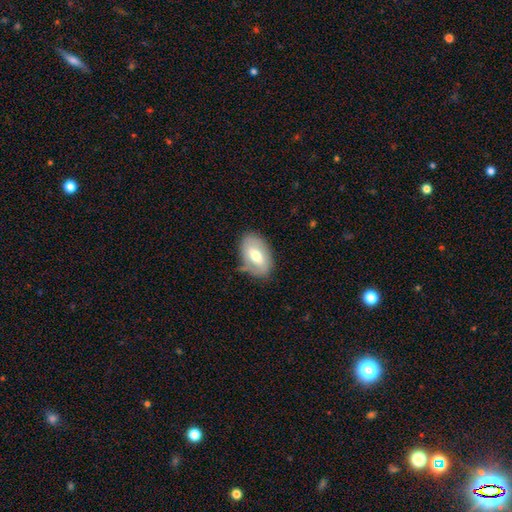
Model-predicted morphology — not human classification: Smooth or featured? smooth (61%)
How rounded? in between (91%)
Merging? none (71%)